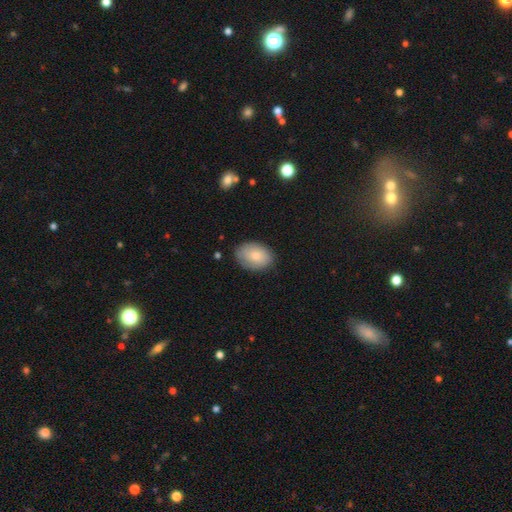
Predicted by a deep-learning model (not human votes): Smooth or featured? Predicted: smooth (p=0.79). How rounded? Predicted: in between (p=0.81). Merging? Predicted: none (p=0.78).